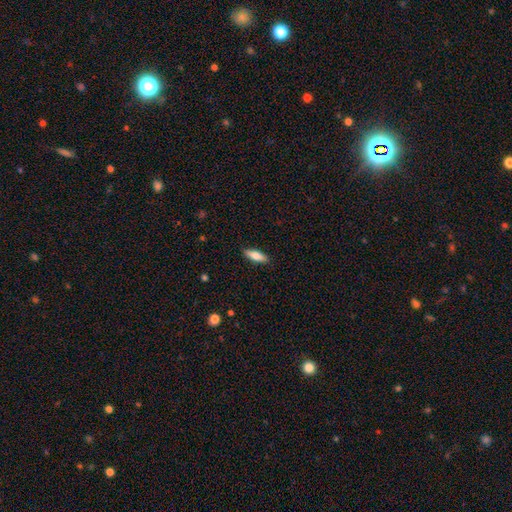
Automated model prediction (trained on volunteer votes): This is likely a smooth galaxy (74%). How rounded: possibly in between (50%). Merging: clearly none (89%).